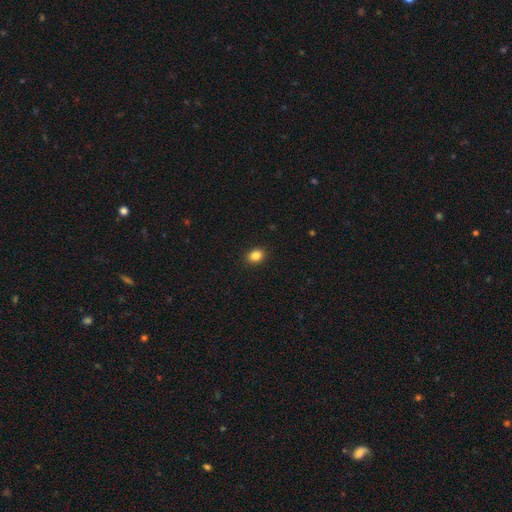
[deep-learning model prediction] Smooth or featured? smooth (85%)
How rounded? in between (58%)
Merging? none (91%)